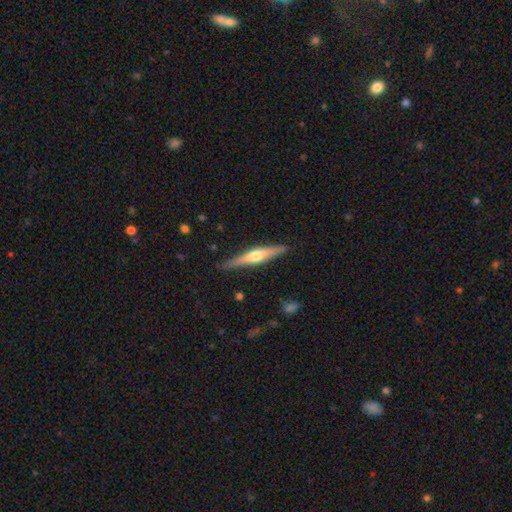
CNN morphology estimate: Smooth or featured: featured or disk — 64% (smooth — 31%)
Edge-on disk: yes — 97% (no — 3%)
Edge-on bulge: rounded — 90% (none — 5%)
Merging: none — 88% (minor disturbance — 9%)